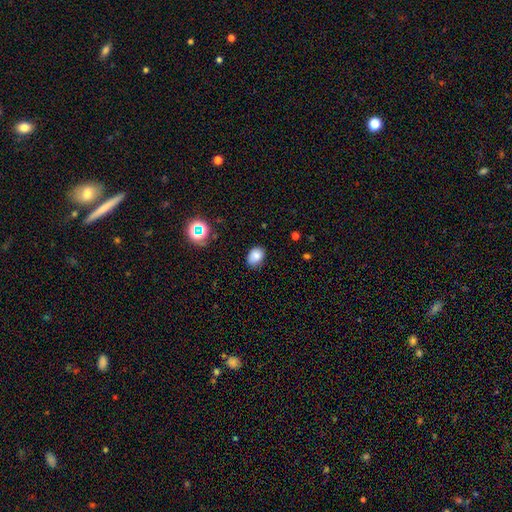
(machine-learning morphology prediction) Smooth or featured: smooth — 80% (star or artifact — 12%)
How rounded: in between — 72% (round — 27%)
Merging: none — 80% (minor disturbance — 16%)